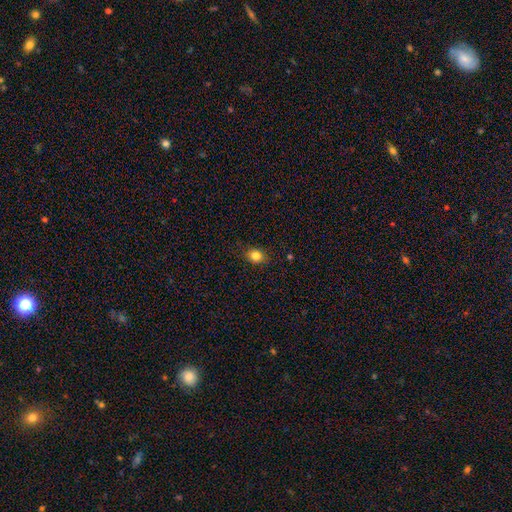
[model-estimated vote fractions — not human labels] Morphology: type=smooth (83%); roundness=round (61%); merging=none (86%).